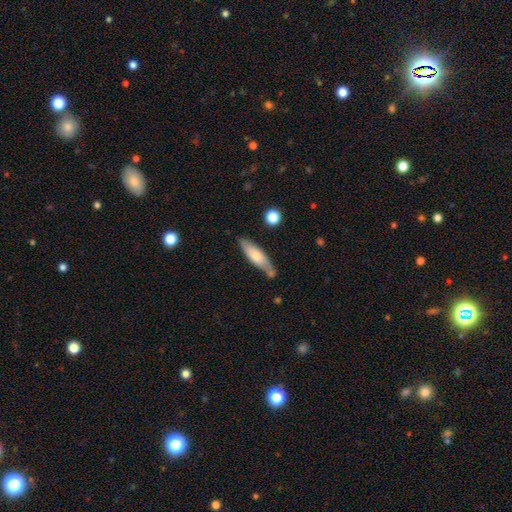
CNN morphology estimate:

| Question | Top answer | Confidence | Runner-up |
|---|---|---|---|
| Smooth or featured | smooth | 66% | featured or disk (28%) |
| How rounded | cigar-shaped | 62% | in between (36%) |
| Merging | none | 67% | minor disturbance (20%) |